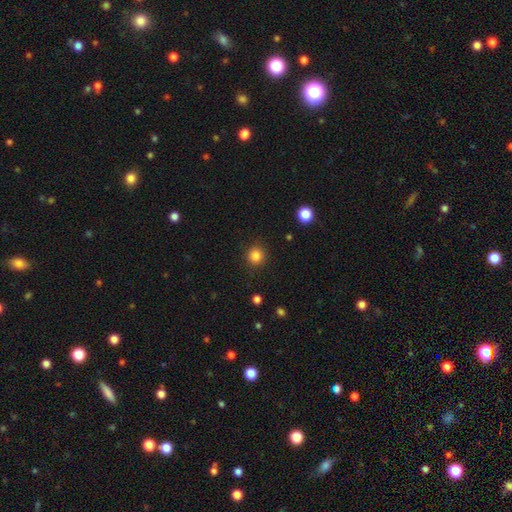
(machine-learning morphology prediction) smooth_or_featured: smooth (p=0.84) [alt: star or artifact p=0.12]
how_rounded: round (p=0.93) [alt: in between p=0.06]
merging: none (p=0.90) [alt: minor disturbance p=0.06]